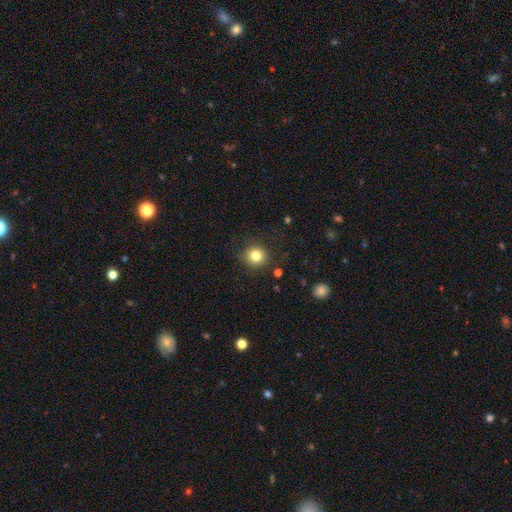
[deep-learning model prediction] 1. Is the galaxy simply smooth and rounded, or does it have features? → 82% smooth, 12% star or artifact, 6% featured or disk.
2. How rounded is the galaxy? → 93% round, 6% in between, 1% cigar-shaped.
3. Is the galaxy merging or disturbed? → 88% none, 8% minor disturbance, 3% major disturbance, 1% merger.